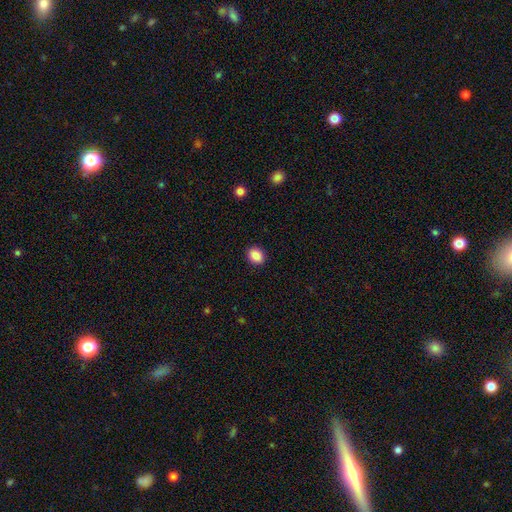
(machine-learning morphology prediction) type=smooth (87%); roundness=in between (52%); merging=none (90%).